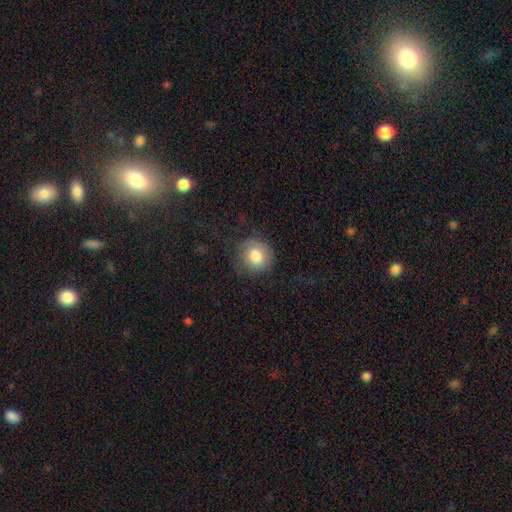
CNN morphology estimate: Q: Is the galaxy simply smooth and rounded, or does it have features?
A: smooth — 76%.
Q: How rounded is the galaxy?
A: round — 87%.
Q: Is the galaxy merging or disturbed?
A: none — 70%.